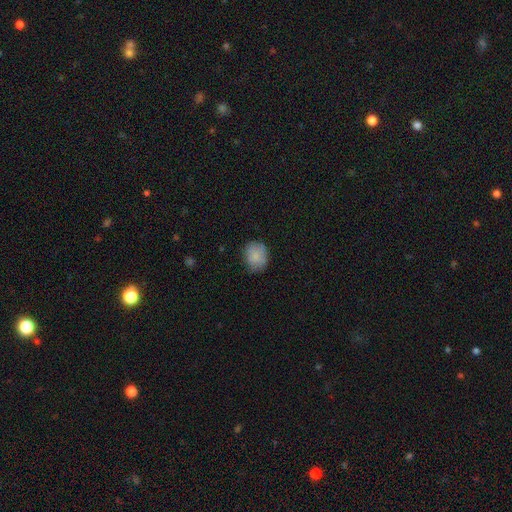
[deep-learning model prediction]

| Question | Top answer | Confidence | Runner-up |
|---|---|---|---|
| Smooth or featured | smooth | 83% | featured or disk (10%) |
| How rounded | round | 62% | in between (37%) |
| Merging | none | 73% | minor disturbance (21%) |